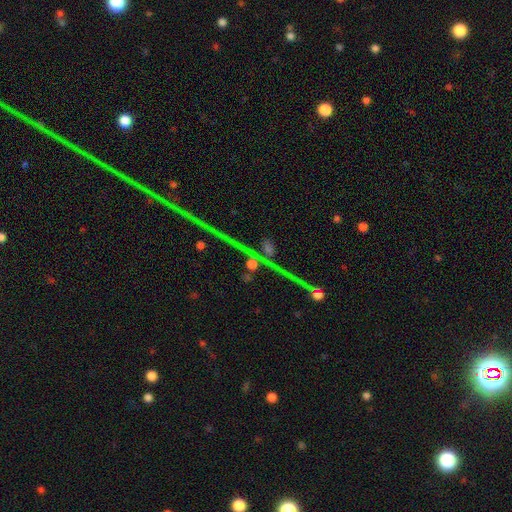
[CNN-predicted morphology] A star or artifact, not a galaxy (82%).

Vote fractions:
- Smooth or featured? star or artifact: 82% / featured or disk: 10% / smooth: 8%